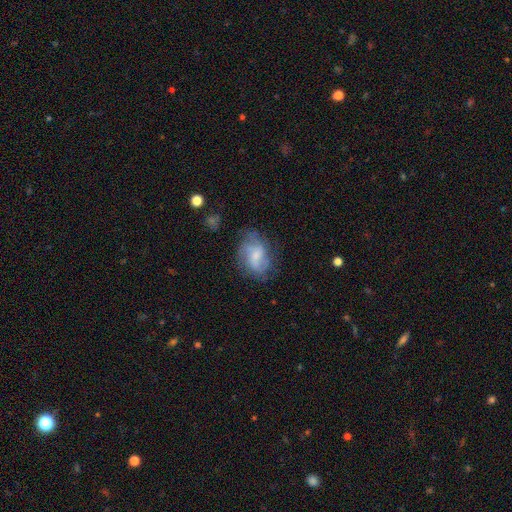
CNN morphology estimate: Smooth or featured: featured or disk — 50% (smooth — 41%)
Edge-on disk: no — 97% (yes — 3%)
Merging: none — 58% (minor disturbance — 24%)